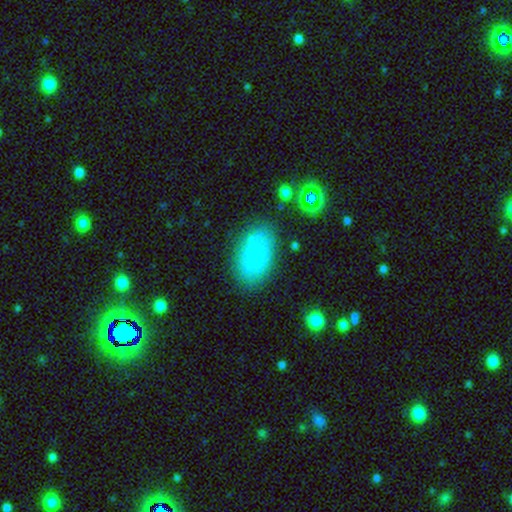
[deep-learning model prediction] This appears to be a smooth galaxy with no disk features (78%) that is in between round and cigar-shaped (93%). Merging: none (79%).